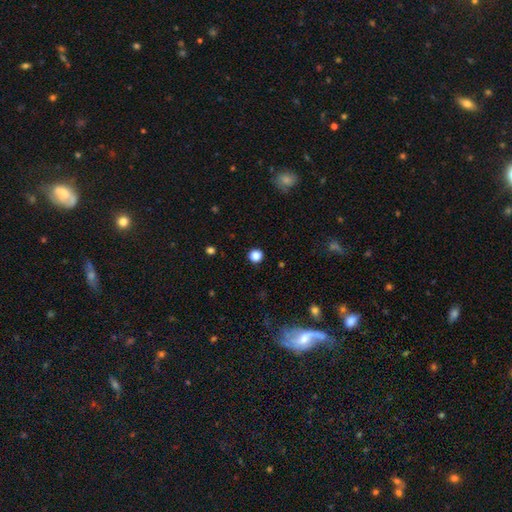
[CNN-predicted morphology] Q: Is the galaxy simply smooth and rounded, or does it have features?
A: smooth — 85%.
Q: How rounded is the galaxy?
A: round — 95%.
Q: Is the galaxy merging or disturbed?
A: none — 93%.